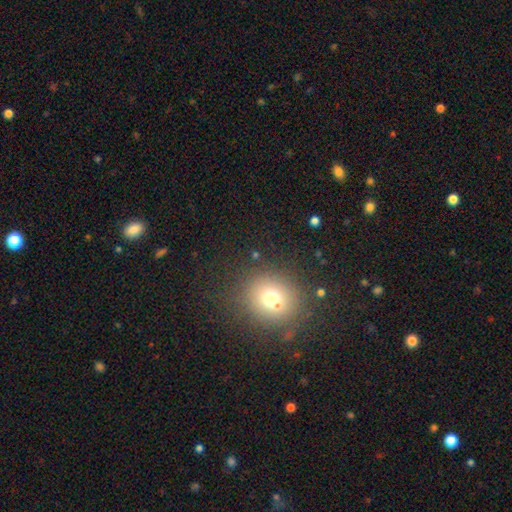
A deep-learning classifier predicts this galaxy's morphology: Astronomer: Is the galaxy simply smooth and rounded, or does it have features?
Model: smooth — 65%.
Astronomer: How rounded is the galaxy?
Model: round — 82%.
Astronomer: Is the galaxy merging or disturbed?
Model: none — 66%.